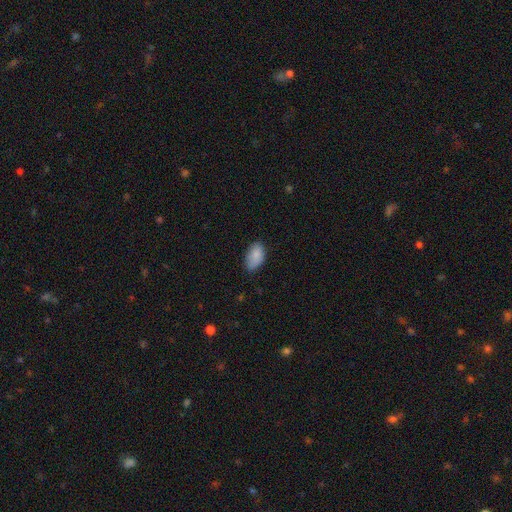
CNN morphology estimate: A smooth galaxy with no disk features (85%) that is in between round and cigar-shaped (92%).

Vote fractions:
- Smooth or featured? smooth: 85% / star or artifact: 8% / featured or disk: 8%
- How rounded? in between: 92% / round: 6% / cigar-shaped: 2%
- Merging? none: 60% / minor disturbance: 32% / major disturbance: 6% / merger: 2%